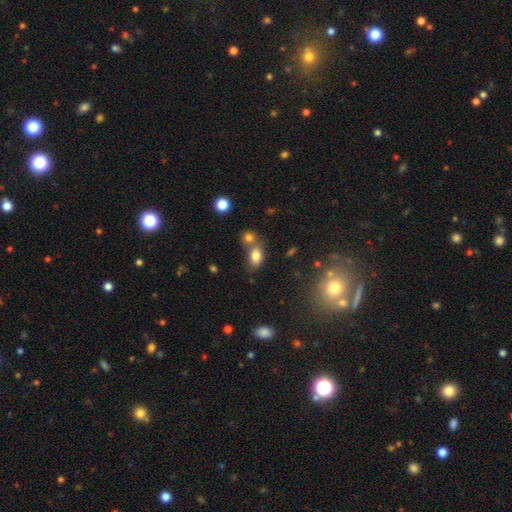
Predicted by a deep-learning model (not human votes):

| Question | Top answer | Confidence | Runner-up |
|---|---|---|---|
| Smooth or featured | smooth | 79% | star or artifact (11%) |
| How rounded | in between | 80% | round (18%) |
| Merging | none | 43% | merger (40%) |